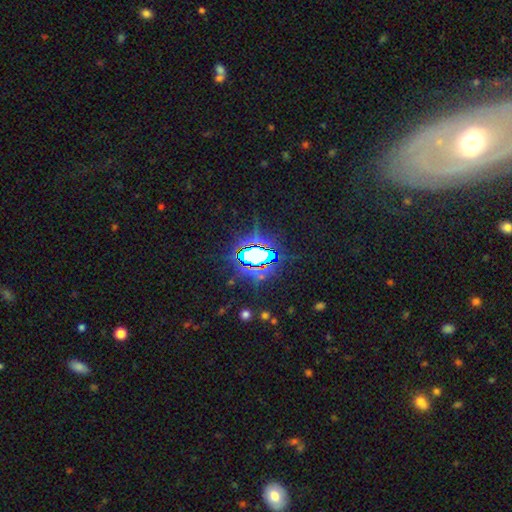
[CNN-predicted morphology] This is likely a star or artifact rather than a galaxy (73%).